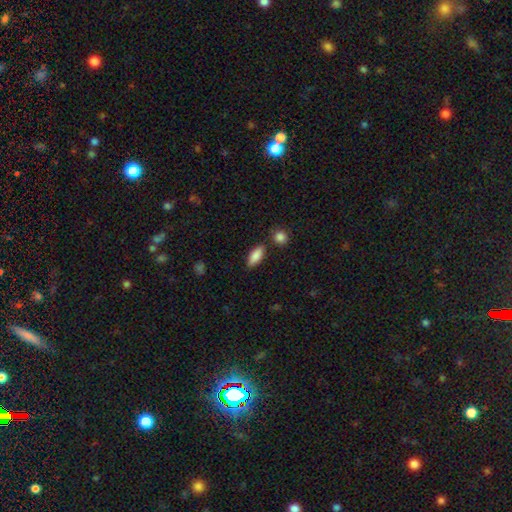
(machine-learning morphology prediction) A smooth galaxy with no disk features (85%) that is in between round and cigar-shaped (77%). Merging: none (80%).